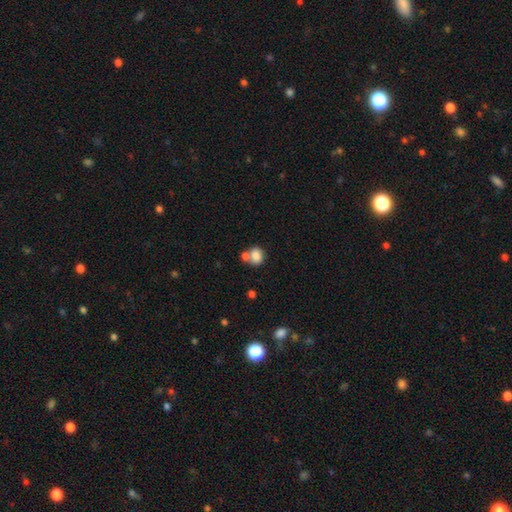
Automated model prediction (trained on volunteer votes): Q: Smooth or featured?
A: smooth (81%); runner-up: featured or disk (9%)
Q: How rounded?
A: round (60%); runner-up: in between (38%)
Q: Merging?
A: none (43%); runner-up: merger (41%)